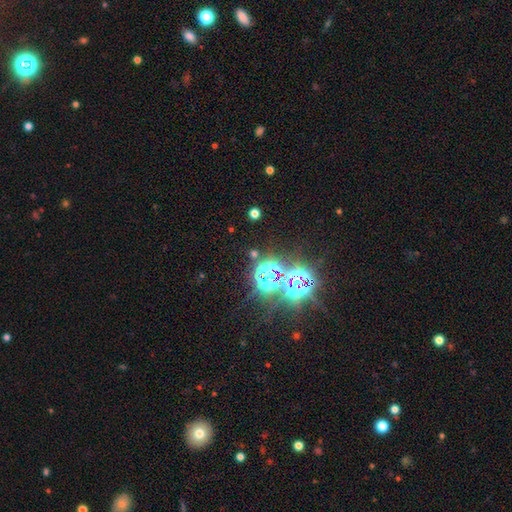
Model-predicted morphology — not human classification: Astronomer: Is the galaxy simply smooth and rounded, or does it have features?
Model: star or artifact — 79%.